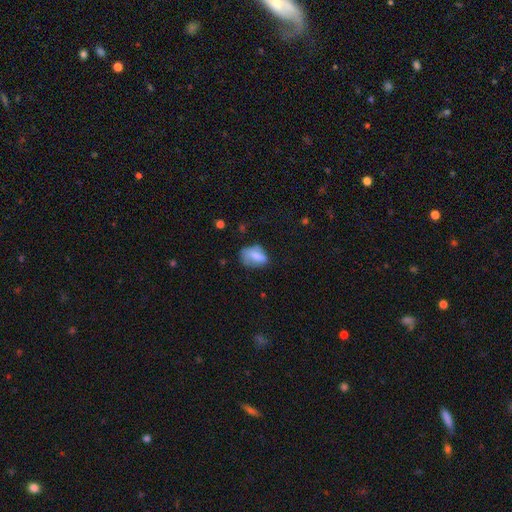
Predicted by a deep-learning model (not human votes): Smooth or featured? smooth (67%)
How rounded? in between (80%)
Merging? none (44%)